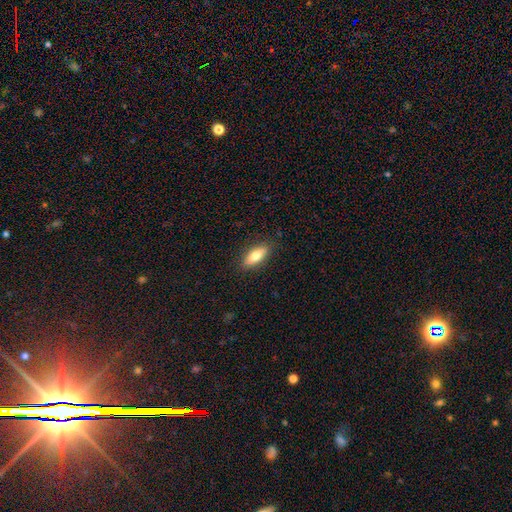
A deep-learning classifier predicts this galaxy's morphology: type=smooth (73%); roundness=in between (74%); merging=none (87%).